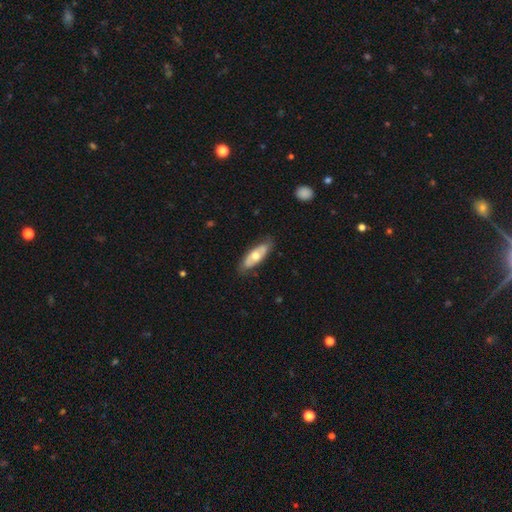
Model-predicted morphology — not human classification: This appears to be a featured or disk galaxy (48%). Merging: none (79%).